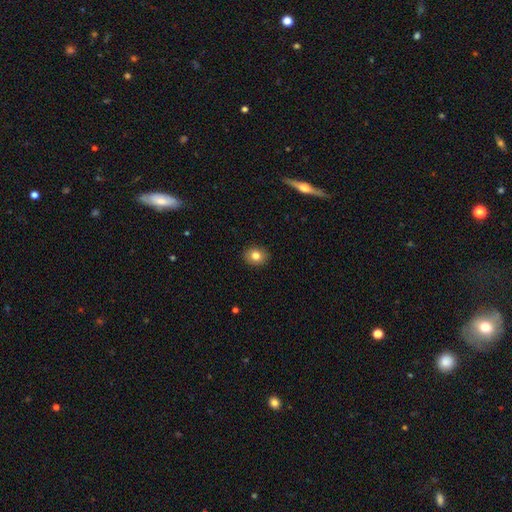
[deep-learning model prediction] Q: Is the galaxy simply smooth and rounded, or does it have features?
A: smooth — 81%.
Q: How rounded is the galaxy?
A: round — 59%.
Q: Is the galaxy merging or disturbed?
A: none — 90%.